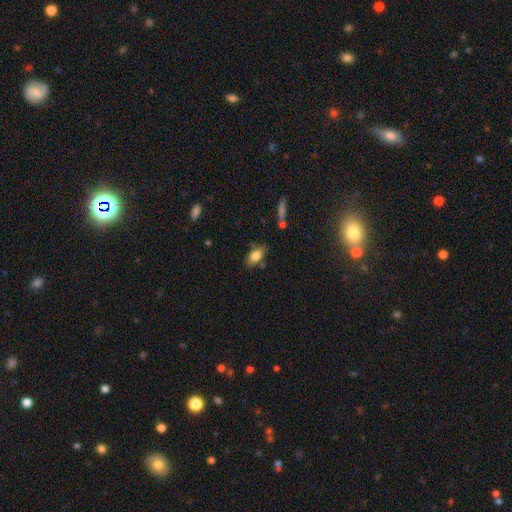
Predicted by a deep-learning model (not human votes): Morphology: type=smooth (80%); roundness=in between (89%); merging=none (76%).